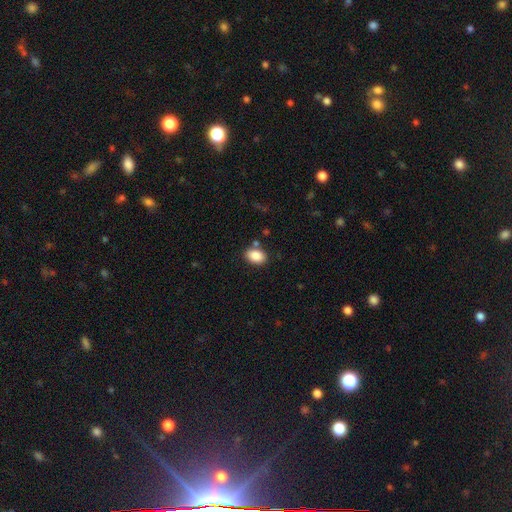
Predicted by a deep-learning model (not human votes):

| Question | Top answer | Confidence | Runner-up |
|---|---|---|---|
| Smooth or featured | smooth | 87% | star or artifact (8%) |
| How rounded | in between | 83% | round (15%) |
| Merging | none | 79% | minor disturbance (11%) |